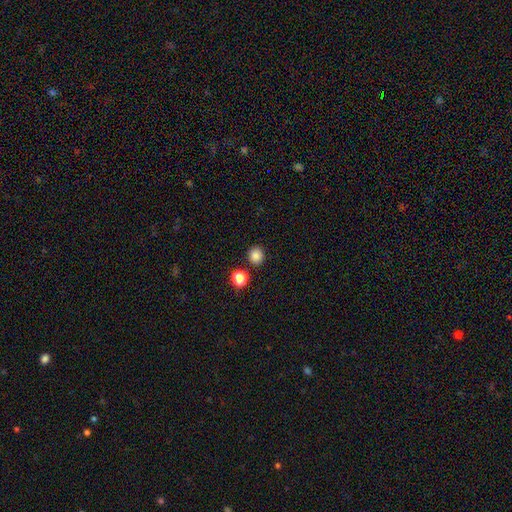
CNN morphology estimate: A smooth galaxy with no disk features (85%) that is round (89%). Merging: none (88%).